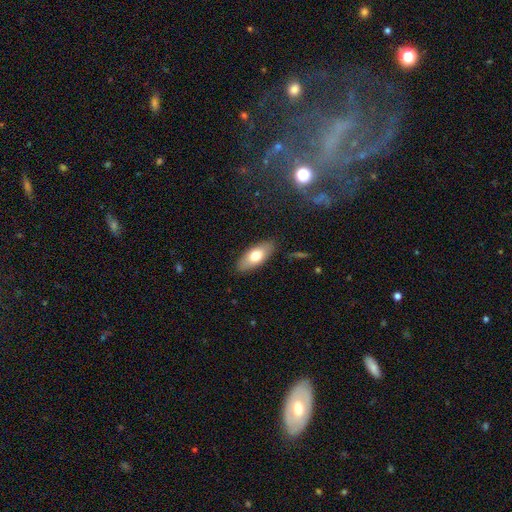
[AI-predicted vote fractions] Morphology: type=smooth (72%); roundness=in between (82%); merging=none (87%).